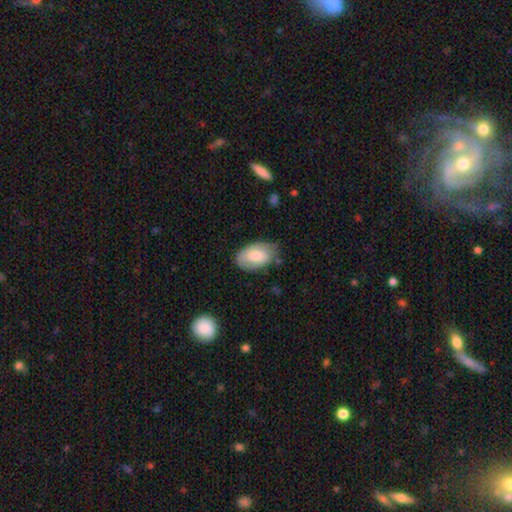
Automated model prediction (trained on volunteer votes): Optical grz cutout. It shows a smooth galaxy with no disk features (75%) that is in between round and cigar-shaped (93%). Merging: none (67%).